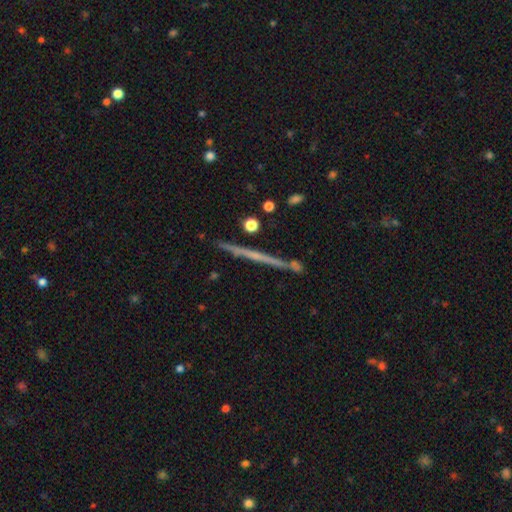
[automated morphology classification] A featured or disk galaxy (69%) viewed edge-on (98%) with no central bulge (66%).

Vote fractions:
- Smooth or featured? featured or disk: 69% / smooth: 23% / star or artifact: 8%
- Edge-on disk? yes: 98% / no: 2%
- Edge-on bulge? none: 66% / rounded: 27% / boxy: 7%
- Merging? none: 89% / minor disturbance: 7% / merger: 3% / major disturbance: 2%